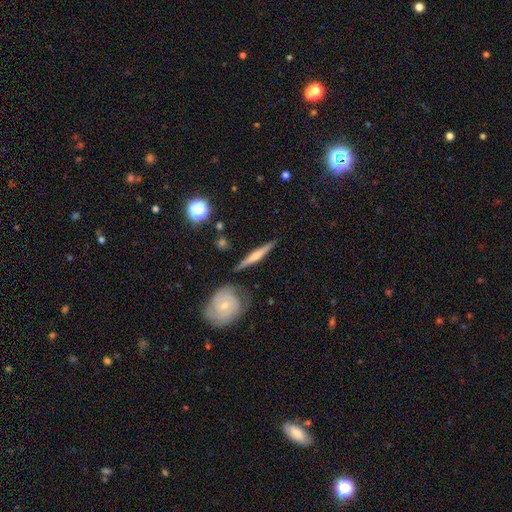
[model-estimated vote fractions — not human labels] A featured or disk galaxy (60%) viewed edge-on (95%) with a rounded central bulge (65%).

Vote fractions:
- Smooth or featured? featured or disk: 60% / smooth: 35% / star or artifact: 6%
- Edge-on disk? yes: 95% / no: 5%
- Edge-on bulge? rounded: 65% / none: 23% / boxy: 12%
- Merging? none: 82% / minor disturbance: 10% / merger: 5% / major disturbance: 3%